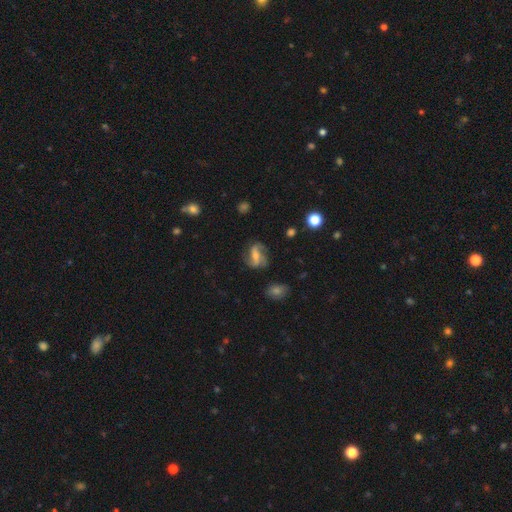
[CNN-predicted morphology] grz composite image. It shows a featured or disk galaxy (73%) with a strong bar (38%, tied with weak), 2 (79%) loose (50%) spiral arms (91%) and a small central bulge (46%). Merging: none (69%).